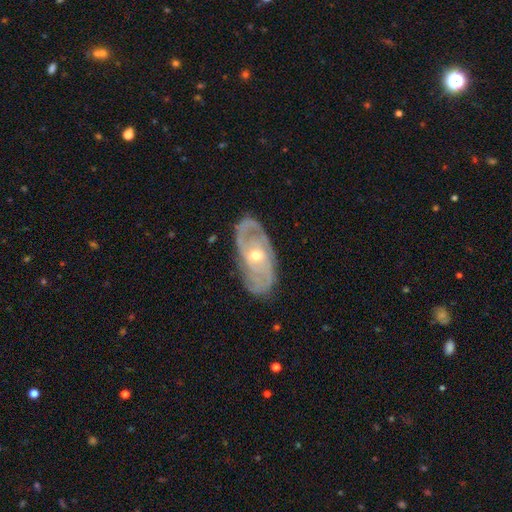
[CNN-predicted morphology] A featured or disk galaxy (84%) with no bar (67%), 2 (42%) tight (55%) spiral arms (91%) and a moderate central bulge (57%). Merging: none (76%).